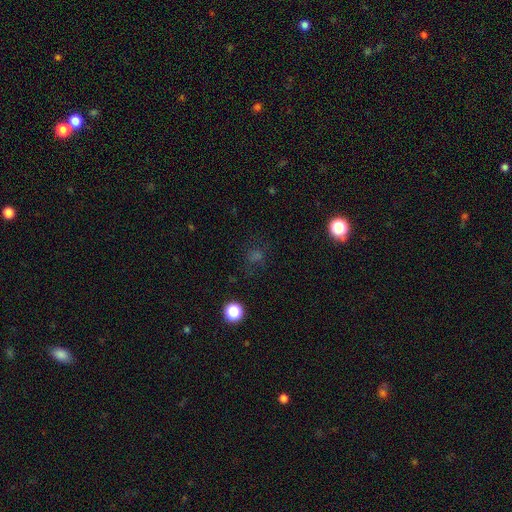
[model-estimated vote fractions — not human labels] Smooth or featured: smooth — 47% (star or artifact — 41%)
Merging: none — 76% (minor disturbance — 13%)